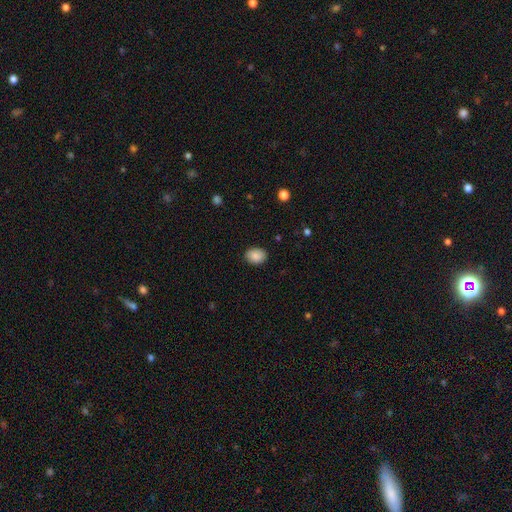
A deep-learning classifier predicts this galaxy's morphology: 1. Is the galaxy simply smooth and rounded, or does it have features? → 89% smooth, 8% star or artifact, 4% featured or disk.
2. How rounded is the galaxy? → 64% in between, 35% round, 1% cigar-shaped.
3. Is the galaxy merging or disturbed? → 88% none, 9% minor disturbance, 2% major disturbance, 1% merger.